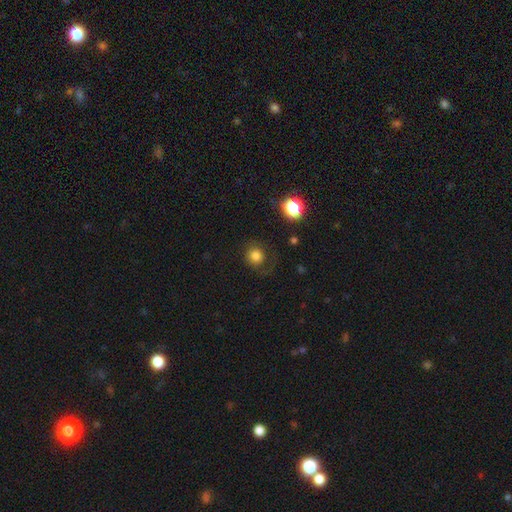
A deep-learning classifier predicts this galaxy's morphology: smooth-or-featured: smooth: 77% | star or artifact: 12% | featured or disk: 11%
  how-rounded: round: 86% | in between: 13% | cigar-shaped: 1%
  merging: none: 65% | minor disturbance: 17% | major disturbance: 16% | merger: 2%